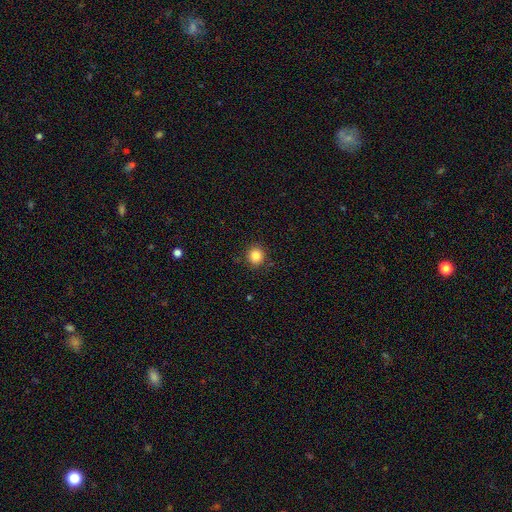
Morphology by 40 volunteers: A smooth galaxy with no disk features (85%) that is round (91%).

Vote fractions:
- Smooth or featured? smooth: 85% / star or artifact: 10% / featured or disk: 5%
- How rounded? round: 91% / cigar-shaped: 6% / in between: 3%
- Merging? none: 81% / minor disturbance: 11% / merger: 8% / major disturbance: 0%